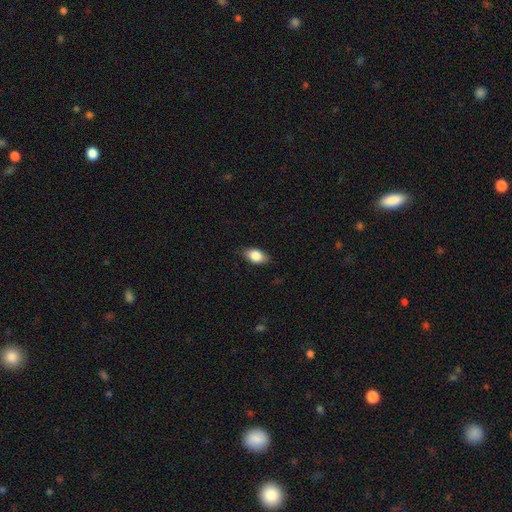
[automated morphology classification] smooth 82%, featured or disk 11%, star or artifact 7%. Down the decision tree: how rounded — in between (87%); merging — none (81%).